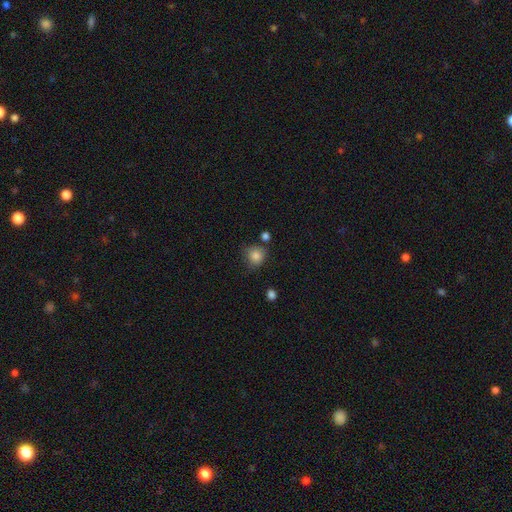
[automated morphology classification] A smooth galaxy with no disk features (84%) that is round (84%). Merging: none (70%).